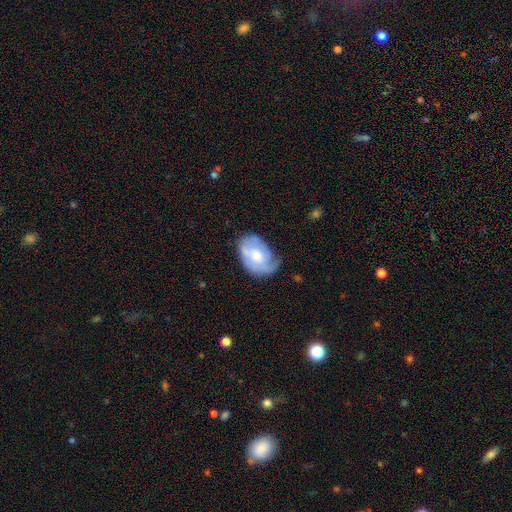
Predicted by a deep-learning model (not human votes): Morphology: type=featured or disk (62%); edge-on=no (96%); bar=no (77%); spiral arms=yes (75%); bulge=moderate (58%); merging=none (56%).